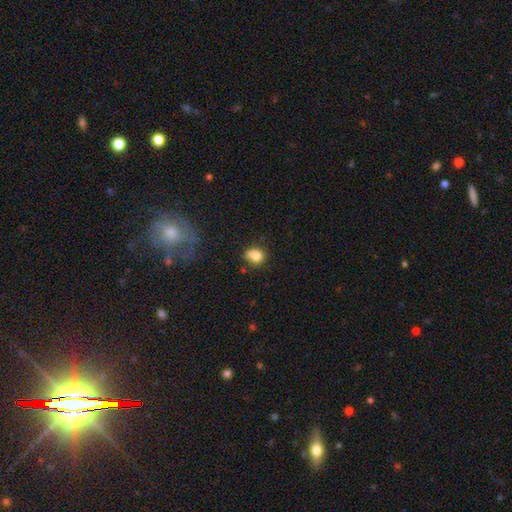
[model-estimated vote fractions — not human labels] Smooth or featured? Predicted: smooth (p=0.78). How rounded? Predicted: round (p=0.69). Merging? Predicted: none (p=0.51).